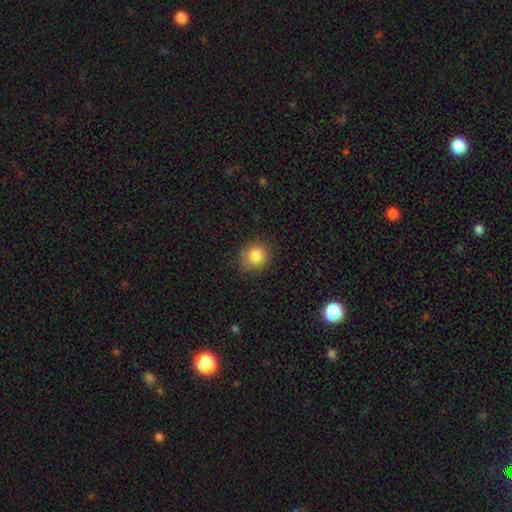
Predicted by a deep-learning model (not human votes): This is clearly a smooth galaxy (84%). How rounded: clearly round (81%). Merging: likely none (77%).